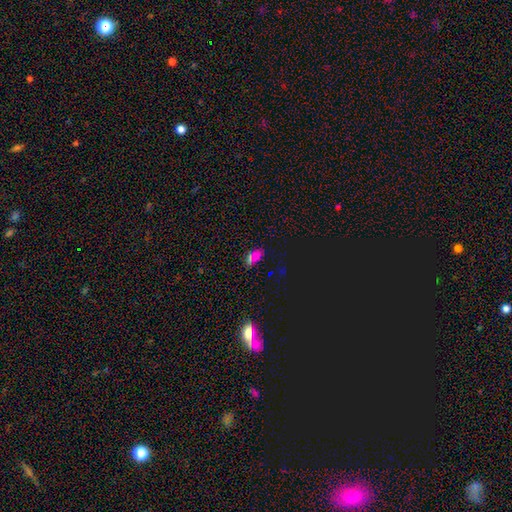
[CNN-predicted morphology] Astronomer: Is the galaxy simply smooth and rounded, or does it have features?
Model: smooth — 56% (runner-up: star or artifact, 36%).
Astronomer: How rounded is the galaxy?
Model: in between — 82%.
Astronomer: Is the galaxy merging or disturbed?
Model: none — 75%.